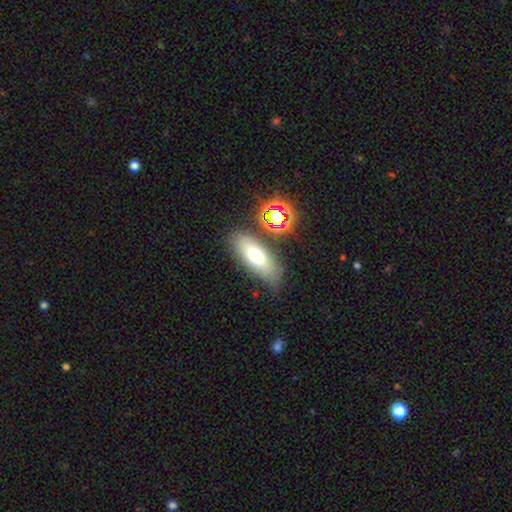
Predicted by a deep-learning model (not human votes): Q: Smooth or featured?
A: smooth (66%); runner-up: featured or disk (22%)
Q: How rounded?
A: in between (69%); runner-up: cigar-shaped (26%)
Q: Merging?
A: none (77%); runner-up: minor disturbance (13%)